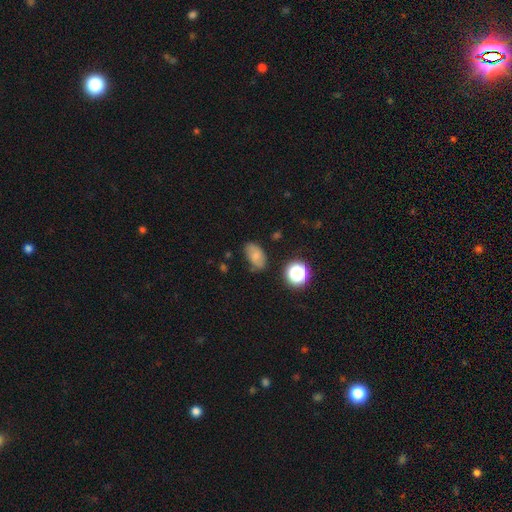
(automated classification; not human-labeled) Overall: smooth (68%). How rounded: in between (87%). Merging: none (67%).